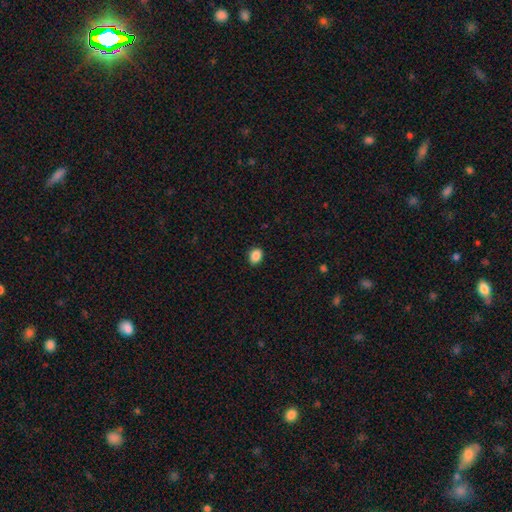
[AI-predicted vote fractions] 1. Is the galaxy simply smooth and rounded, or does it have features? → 88% smooth, 9% star or artifact, 3% featured or disk.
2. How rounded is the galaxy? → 63% in between, 36% round, 1% cigar-shaped.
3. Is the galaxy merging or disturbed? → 89% none, 8% minor disturbance, 2% major disturbance, 1% merger.